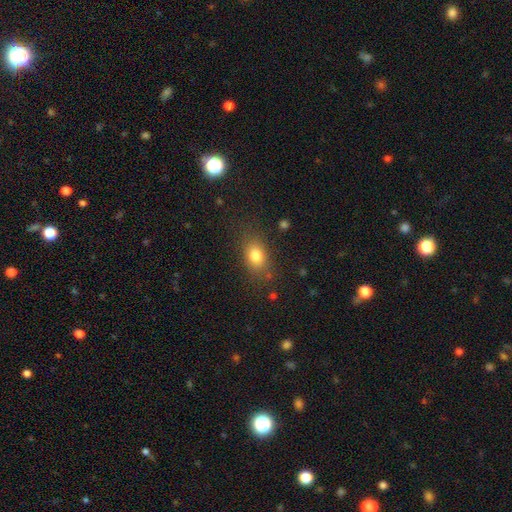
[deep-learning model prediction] Q: Smooth or featured?
A: smooth (80%); runner-up: star or artifact (11%)
Q: How rounded?
A: in between (76%); runner-up: round (22%)
Q: Merging?
A: none (78%); runner-up: minor disturbance (14%)